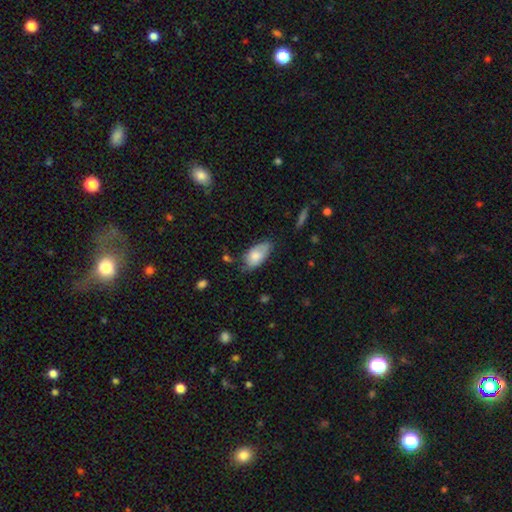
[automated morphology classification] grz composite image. It shows a smooth galaxy with no disk features (78%) that is in between round and cigar-shaped (93%). Merging: none (55%).